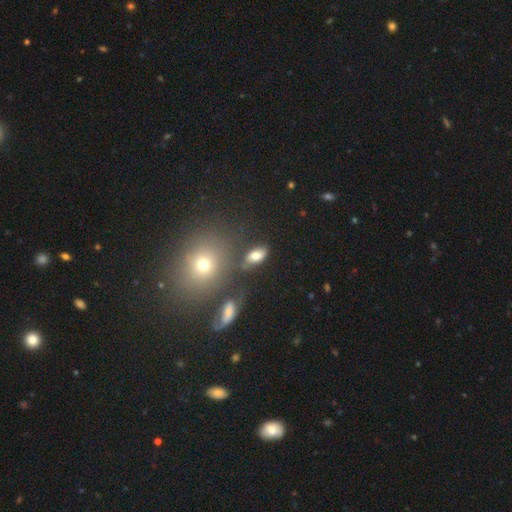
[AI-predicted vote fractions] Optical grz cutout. It shows a smooth galaxy with no disk features (79%) that is in between round and cigar-shaped (88%). Merging: none (72%).